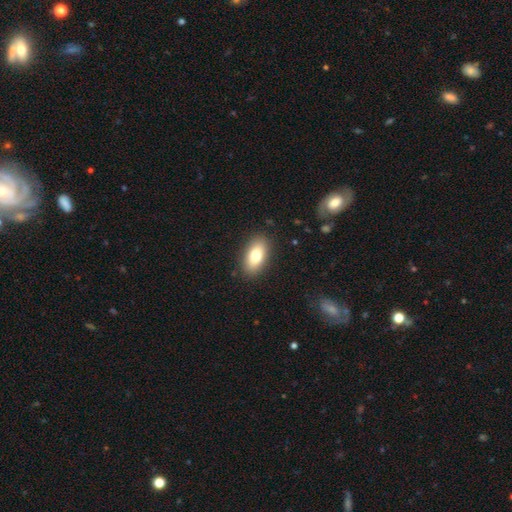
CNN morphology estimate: Smooth or featured? smooth (78%)
How rounded? in between (90%)
Merging? none (87%)